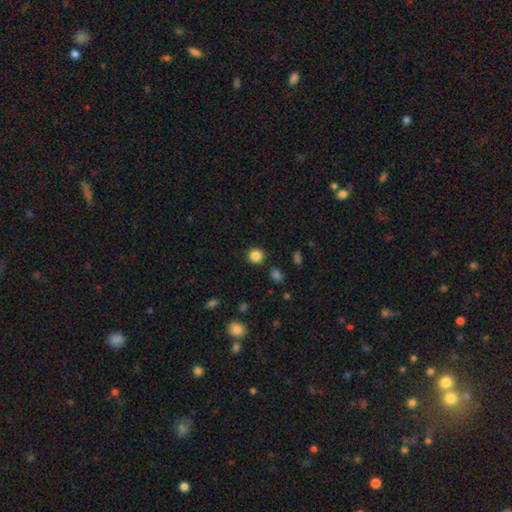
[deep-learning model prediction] smooth-or-featured: smooth: 86% | star or artifact: 11% | featured or disk: 4%
  how-rounded: round: 89% | in between: 10% | cigar-shaped: 1%
  merging: none: 89% | minor disturbance: 6% | merger: 2% | major disturbance: 2%